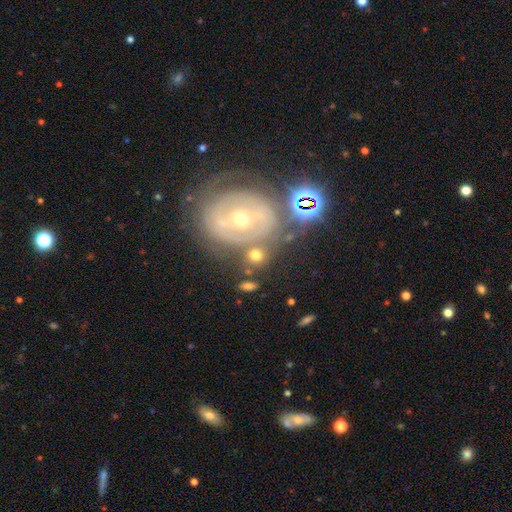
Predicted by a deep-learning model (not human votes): Smooth or featured?
  - smooth: 49% *
  - featured or disk: 39%
  - star or artifact: 11%
Merging?
  - none: 65% *
  - minor disturbance: 14%
  - merger: 14%
  - major disturbance: 6%